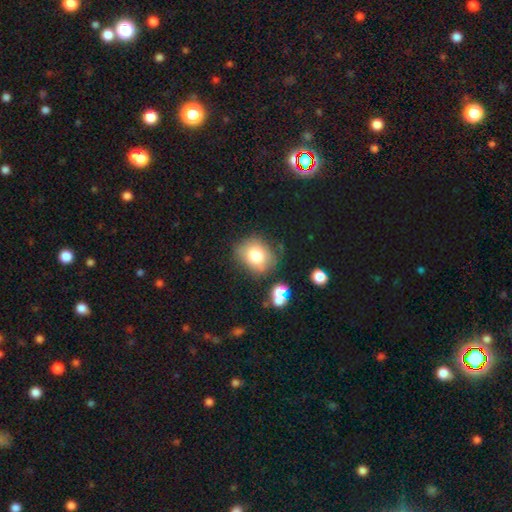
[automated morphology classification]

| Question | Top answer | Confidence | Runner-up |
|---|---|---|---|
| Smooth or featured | smooth | 75% | featured or disk (13%) |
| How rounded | round | 63% | in between (36%) |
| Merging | none | 72% | minor disturbance (17%) |